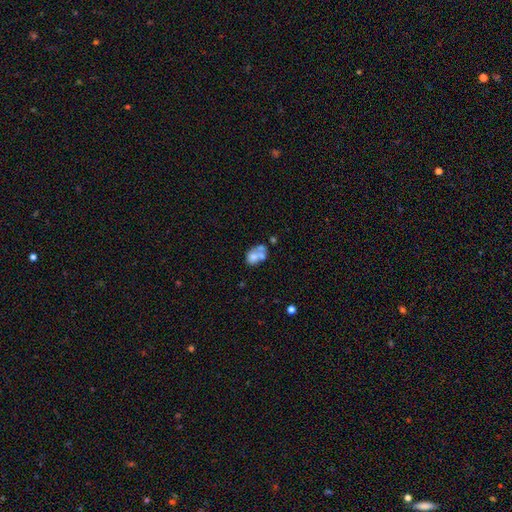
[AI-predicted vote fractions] A smooth galaxy with no disk features (53%) that is in between round and cigar-shaped (64%).

Vote fractions:
- Smooth or featured? smooth: 53% / featured or disk: 36% / star or artifact: 11%
- How rounded? in between: 64% / round: 35% / cigar-shaped: 1%
- Merging? merger: 50% / none: 25% / minor disturbance: 13% / major disturbance: 12%